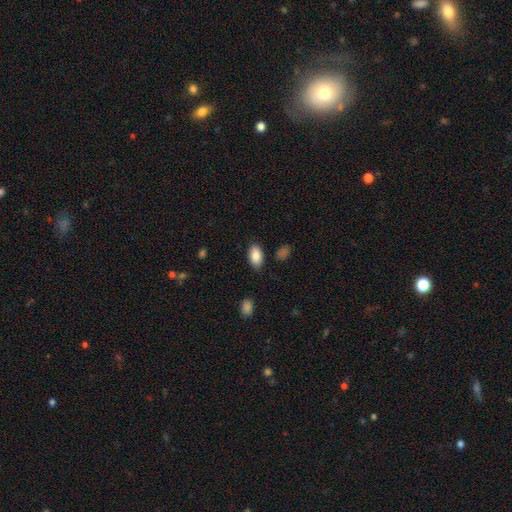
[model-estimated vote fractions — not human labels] Morphology: type=smooth (87%); roundness=in between (93%); merging=none (83%).